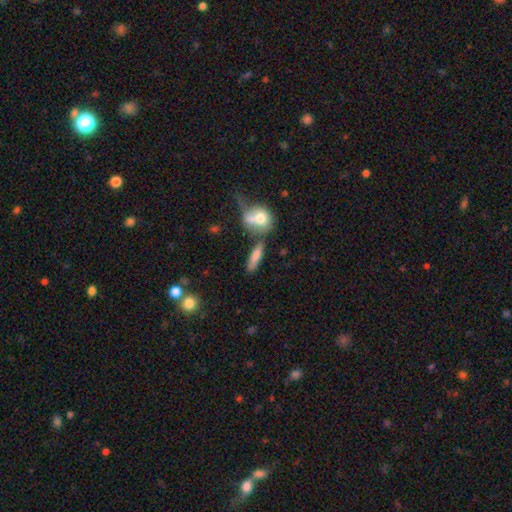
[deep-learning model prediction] Smooth or featured? smooth (74%)
How rounded? cigar-shaped (61%)
Merging? none (61%)